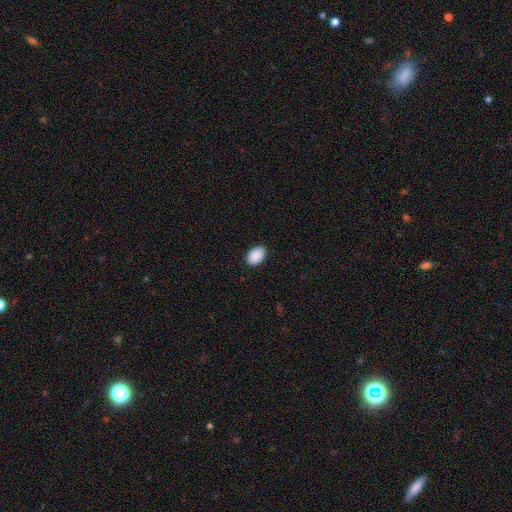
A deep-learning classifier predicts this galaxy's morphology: A smooth galaxy with no disk features (91%) that is in between round and cigar-shaped (88%). Merging: none (89%).